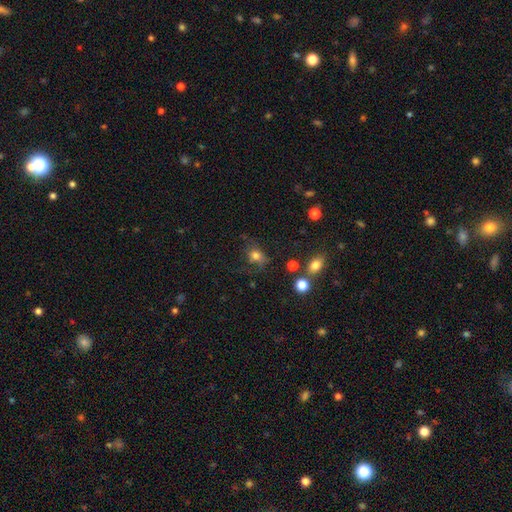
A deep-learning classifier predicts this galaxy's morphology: Smooth or featured: smooth — 71% (featured or disk — 15%)
How rounded: in between — 49% (tied with round — 49%)
Merging: none — 50% (minor disturbance — 24%)